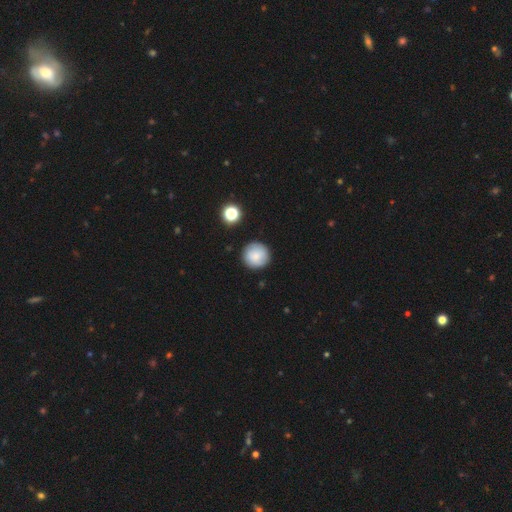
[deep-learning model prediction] smooth_or_featured: smooth (p=0.82) [alt: featured or disk p=0.10]
how_rounded: round (p=0.95) [alt: in between p=0.04]
merging: none (p=0.89) [alt: minor disturbance p=0.07]